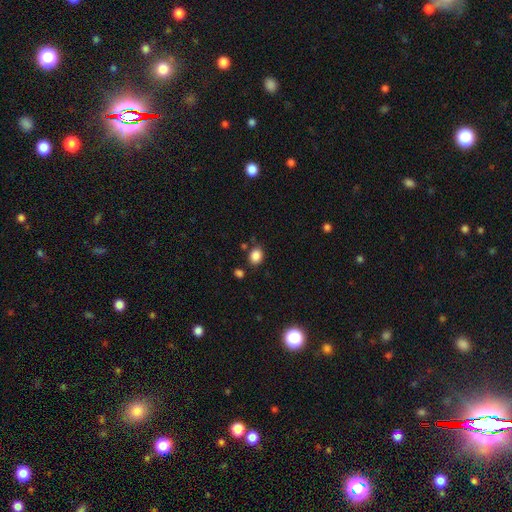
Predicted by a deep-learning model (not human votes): smooth_or_featured: smooth (p=0.86) [alt: star or artifact p=0.10]
how_rounded: in between (p=0.58) [alt: round p=0.41]
merging: none (p=0.79) [alt: minor disturbance p=0.12]